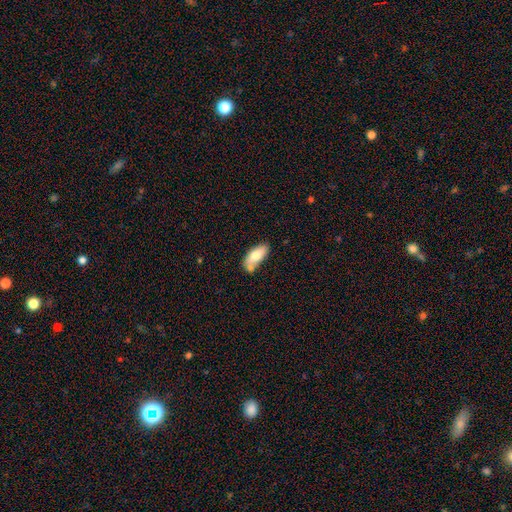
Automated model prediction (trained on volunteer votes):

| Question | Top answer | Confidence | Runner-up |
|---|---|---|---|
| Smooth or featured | smooth | 71% | featured or disk (23%) |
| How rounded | in between | 87% | cigar-shaped (10%) |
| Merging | none | 50% | minor disturbance (22%) |